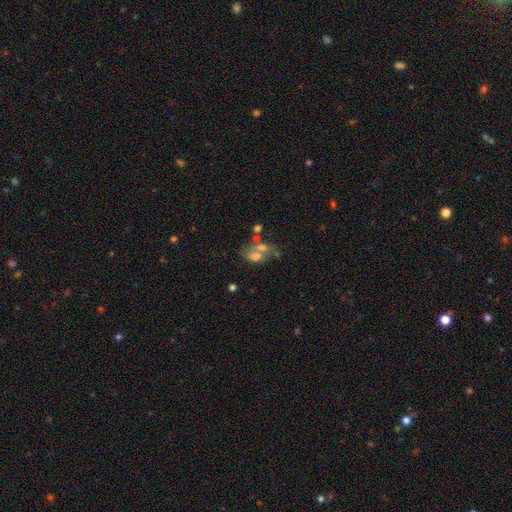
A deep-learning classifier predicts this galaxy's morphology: Smooth or featured?
  - smooth: 49% *
  - featured or disk: 37%
  - star or artifact: 13%
Merging?
  - merger: 43% *
  - none: 25%
  - major disturbance: 18%
  - minor disturbance: 15%